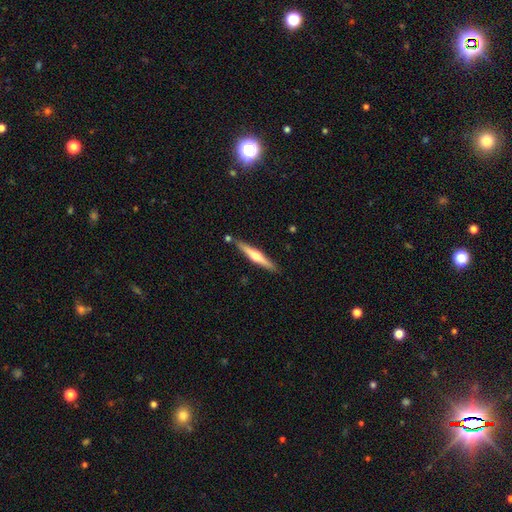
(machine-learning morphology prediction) featured or disk 63%, smooth 32%, star or artifact 5%. Down the decision tree: edge-on disk — yes (97%); edge-on bulge — rounded (91%); merging — none (85%).